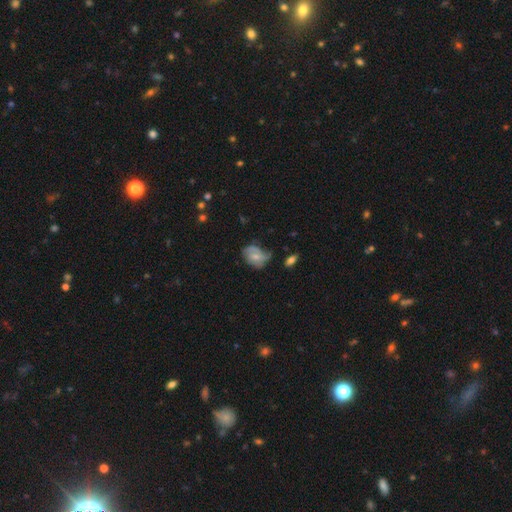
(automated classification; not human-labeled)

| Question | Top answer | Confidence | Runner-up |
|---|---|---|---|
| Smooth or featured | featured or disk | 50% | smooth (41%) |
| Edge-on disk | no | 96% | yes (4%) |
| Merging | none | 44% | minor disturbance (33%) |